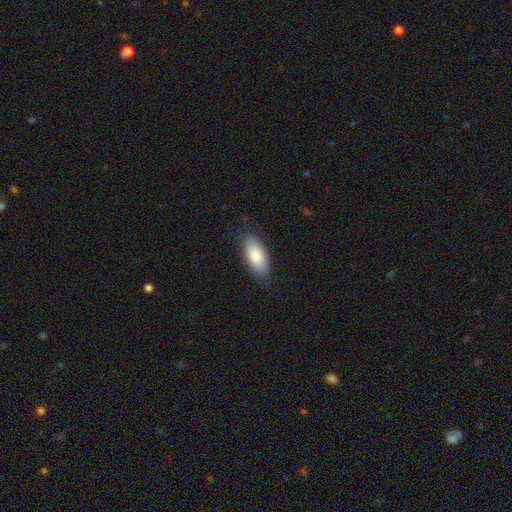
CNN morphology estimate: Smooth or featured? Predicted: smooth (p=0.83). How rounded? Predicted: in between (p=0.90). Merging? Predicted: none (p=0.79).